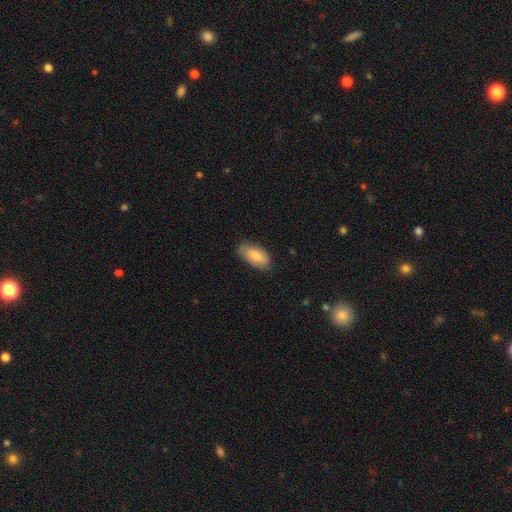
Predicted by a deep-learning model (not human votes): Morphology: type=smooth (77%); roundness=in between (92%); merging=none (71%).